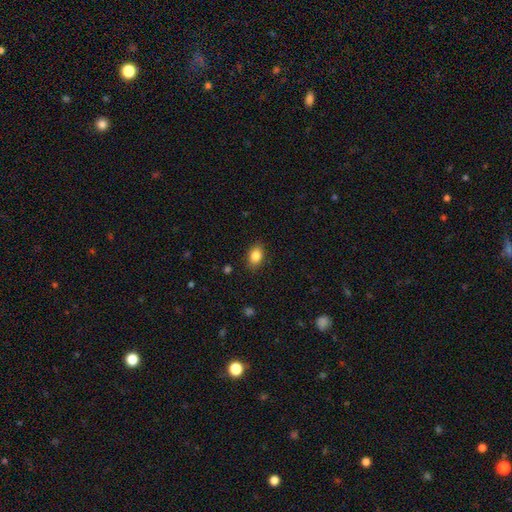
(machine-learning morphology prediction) smooth-or-featured: smooth: 85% | star or artifact: 9% | featured or disk: 6%
  how-rounded: in between: 79% | round: 19% | cigar-shaped: 1%
  merging: none: 87% | minor disturbance: 10% | major disturbance: 2% | merger: 1%